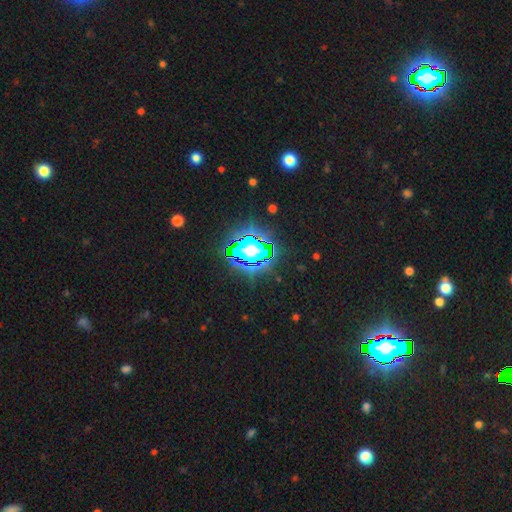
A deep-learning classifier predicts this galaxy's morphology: Overall: star or artifact (66%).